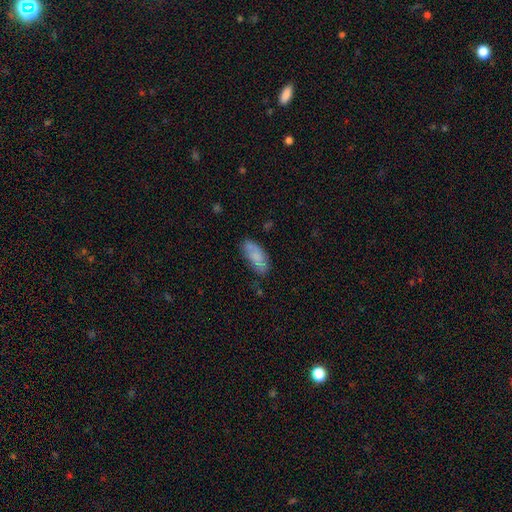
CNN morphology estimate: A smooth galaxy with no disk features (77%) that is in between round and cigar-shaped (81%).

Vote fractions:
- Smooth or featured? smooth: 77% / featured or disk: 16% / star or artifact: 7%
- How rounded? in between: 81% / cigar-shaped: 17% / round: 2%
- Merging? none: 65% / minor disturbance: 23% / major disturbance: 6% / merger: 6%